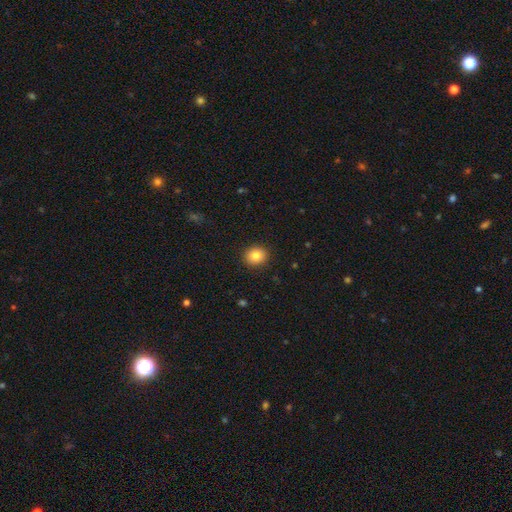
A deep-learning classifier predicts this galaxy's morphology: smooth_or_featured: smooth (p=0.84) [alt: star or artifact p=0.10]
how_rounded: round (p=0.75) [alt: in between p=0.24]
merging: none (p=0.91) [alt: minor disturbance p=0.06]